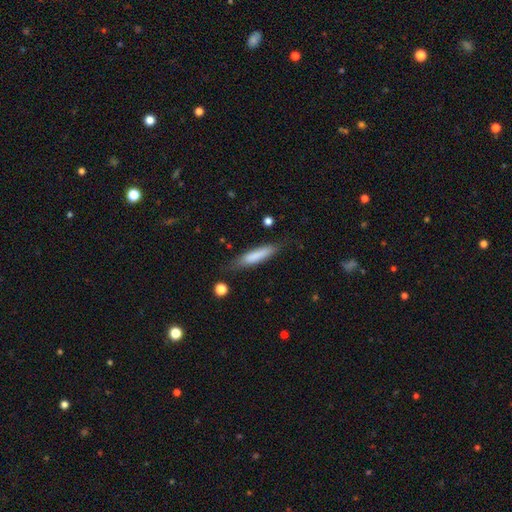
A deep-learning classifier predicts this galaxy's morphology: Smooth or featured? Predicted: smooth (p=0.78). How rounded? Predicted: cigar-shaped (p=0.82). Merging? Predicted: none (p=0.75).